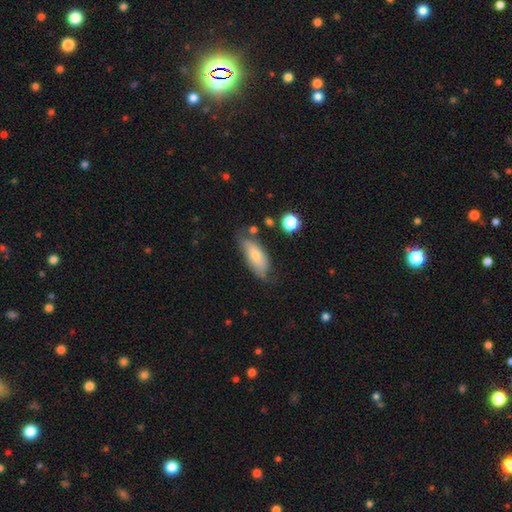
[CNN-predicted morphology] smooth_or_featured: smooth (p=0.69) [alt: featured or disk p=0.24]
how_rounded: in between (p=0.83) [alt: cigar-shaped p=0.14]
merging: none (p=0.55) [alt: minor disturbance p=0.31]